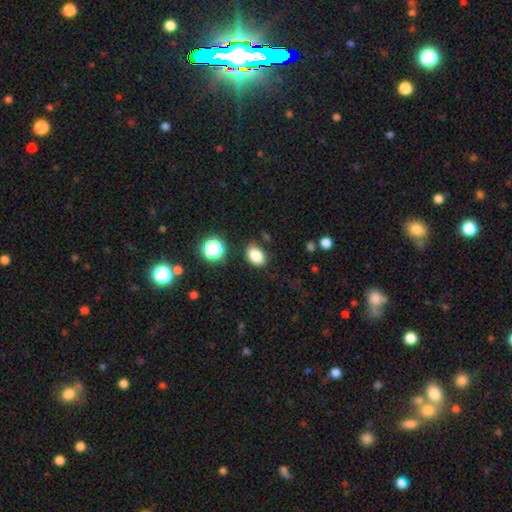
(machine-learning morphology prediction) A smooth galaxy with no disk features (84%) that is in between round and cigar-shaped (79%).

Vote fractions:
- Smooth or featured? smooth: 84% / star or artifact: 11% / featured or disk: 5%
- How rounded? in between: 79% / round: 19% / cigar-shaped: 1%
- Merging? none: 81% / minor disturbance: 13% / major disturbance: 3% / merger: 3%